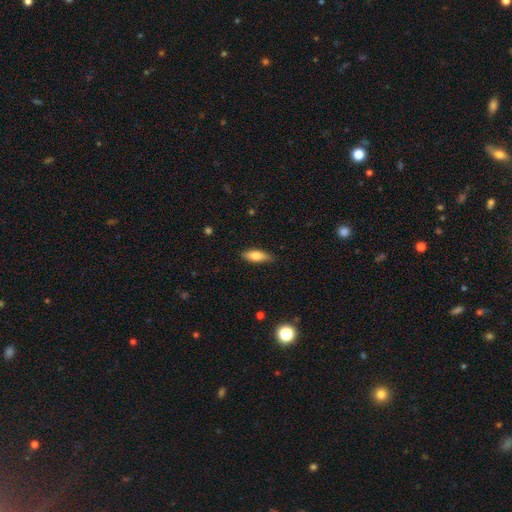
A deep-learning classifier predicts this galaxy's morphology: Smooth or featured?
  - smooth: 73% *
  - featured or disk: 20%
  - star or artifact: 7%
How rounded?
  - in between: 59% *
  - cigar-shaped: 39%
  - round: 2%
Merging?
  - none: 84% *
  - minor disturbance: 13%
  - major disturbance: 2%
  - merger: 1%